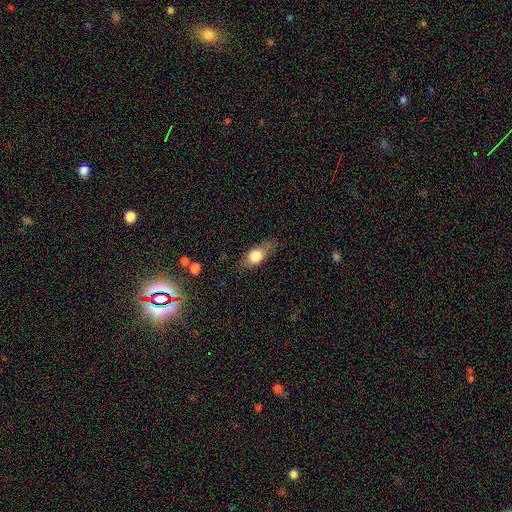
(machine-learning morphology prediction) A smooth galaxy with no disk features (67%) that is in between round and cigar-shaped (72%). Merging: none (69%).